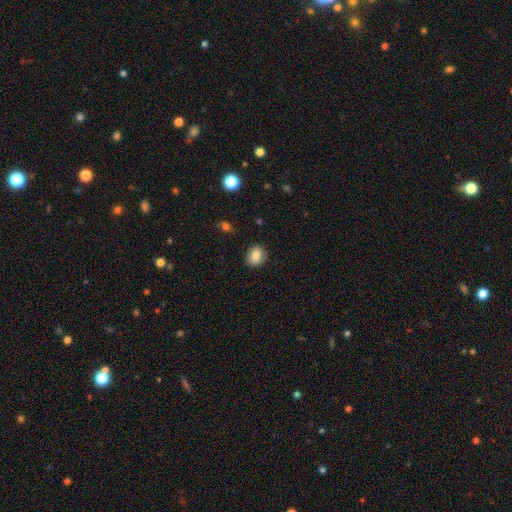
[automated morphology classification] smooth_or_featured: smooth (p=0.82) [alt: star or artifact p=0.09]
how_rounded: round (p=0.55) [alt: in between p=0.44]
merging: none (p=0.83) [alt: minor disturbance p=0.13]